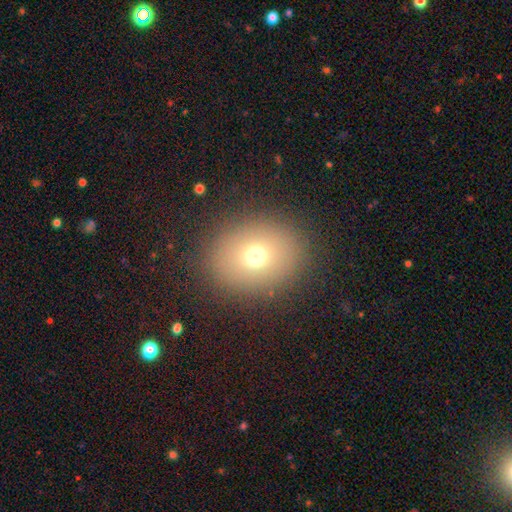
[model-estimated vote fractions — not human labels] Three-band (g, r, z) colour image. It shows a smooth galaxy with no disk features (71%) that is round (54%). Merging: none (89%).